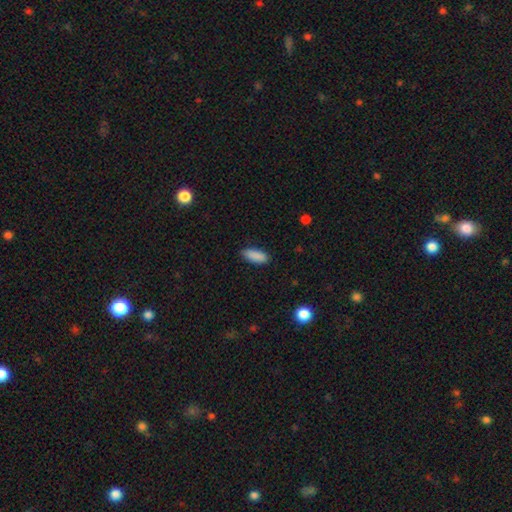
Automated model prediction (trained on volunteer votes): A smooth galaxy with no disk features (89%) that is in between round and cigar-shaped (74%). Merging: none (87%).